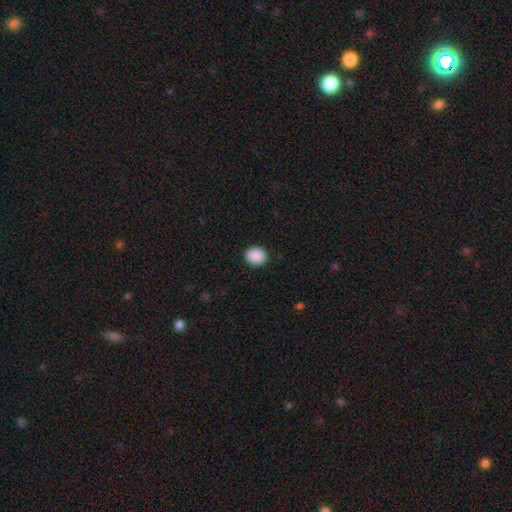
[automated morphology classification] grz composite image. It shows a smooth galaxy with no disk features (90%) that is round (69%). Merging: none (91%).